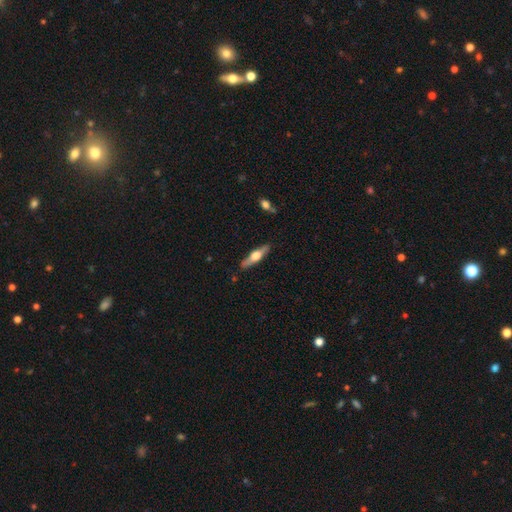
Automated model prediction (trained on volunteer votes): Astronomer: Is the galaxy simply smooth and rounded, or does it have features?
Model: featured or disk — 56% (runner-up: smooth, 39%).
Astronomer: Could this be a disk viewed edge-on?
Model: yes — 93%.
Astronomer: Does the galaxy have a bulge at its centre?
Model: rounded — 93%.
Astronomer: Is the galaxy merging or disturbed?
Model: none — 88%.